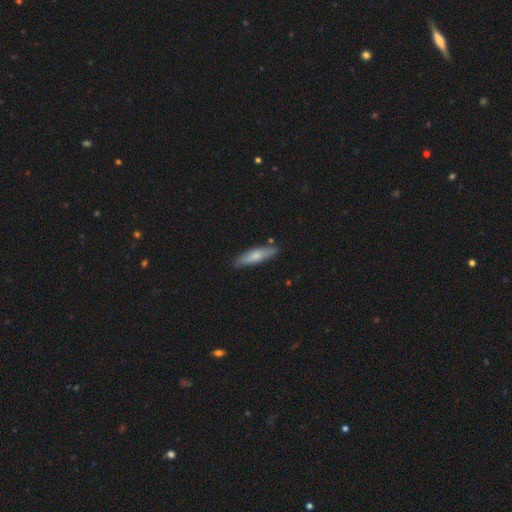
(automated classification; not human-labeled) Morphology: type=smooth (72%); roundness=cigar-shaped (70%); merging=none (83%).